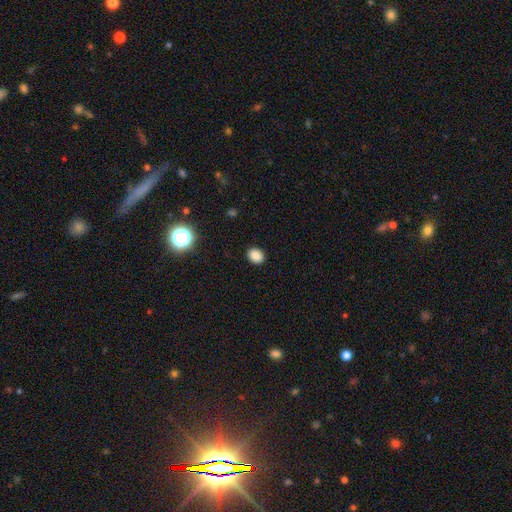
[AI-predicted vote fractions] Smooth or featured?
  - smooth: 85% *
  - star or artifact: 11%
  - featured or disk: 4%
How rounded?
  - round: 51% *
  - in between: 48%
  - cigar-shaped: 1%
Merging?
  - none: 90% *
  - minor disturbance: 7%
  - major disturbance: 2%
  - merger: 1%